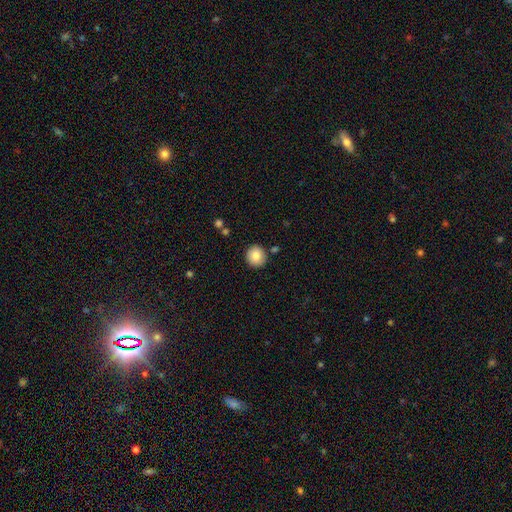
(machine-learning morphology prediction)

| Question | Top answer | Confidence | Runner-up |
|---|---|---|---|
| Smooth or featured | smooth | 85% | star or artifact (8%) |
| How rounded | round | 91% | in between (8%) |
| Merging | none | 88% | minor disturbance (7%) |